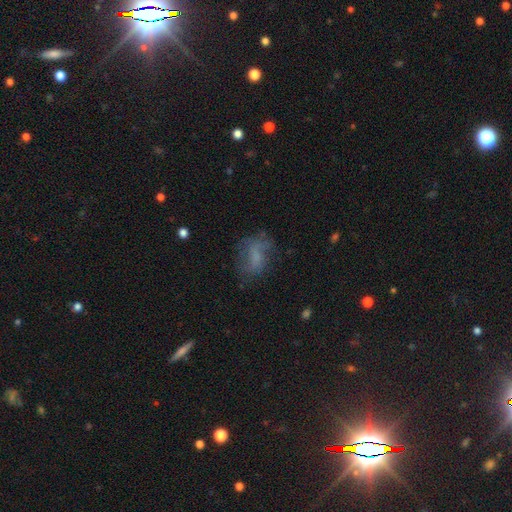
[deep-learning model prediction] smooth_or_featured: smooth (p=0.51) [alt: featured or disk p=0.34]
how_rounded: in between (p=0.74) [alt: round p=0.21]
merging: none (p=0.52) [alt: minor disturbance p=0.24]